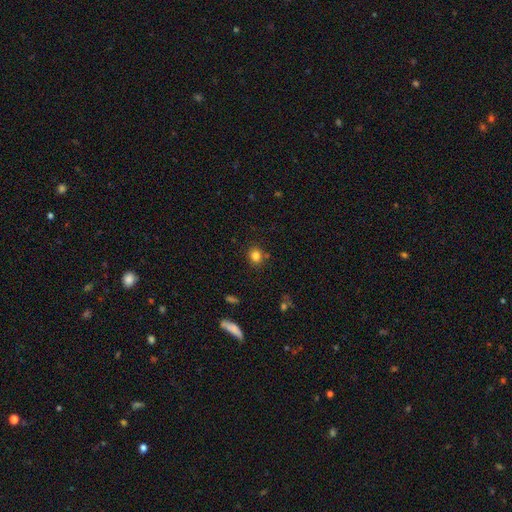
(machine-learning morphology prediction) smooth_or_featured: smooth (p=0.82) [alt: star or artifact p=0.12]
how_rounded: round (p=0.70) [alt: in between p=0.29]
merging: none (p=0.82) [alt: minor disturbance p=0.10]